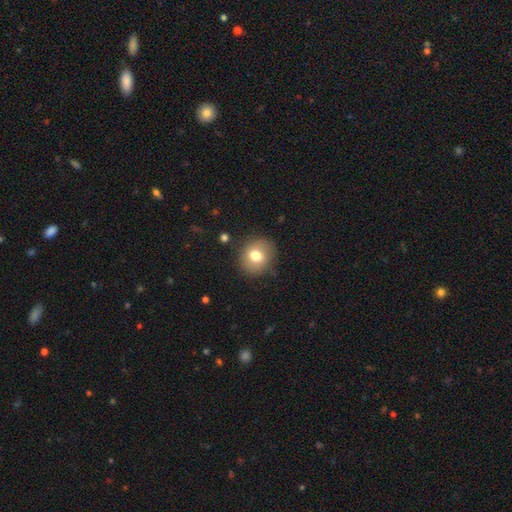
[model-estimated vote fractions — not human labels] smooth-or-featured: smooth: 74% | featured or disk: 16% | star or artifact: 10%
  how-rounded: round: 79% | in between: 20% | cigar-shaped: 1%
  merging: none: 85% | minor disturbance: 11% | major disturbance: 3% | merger: 2%